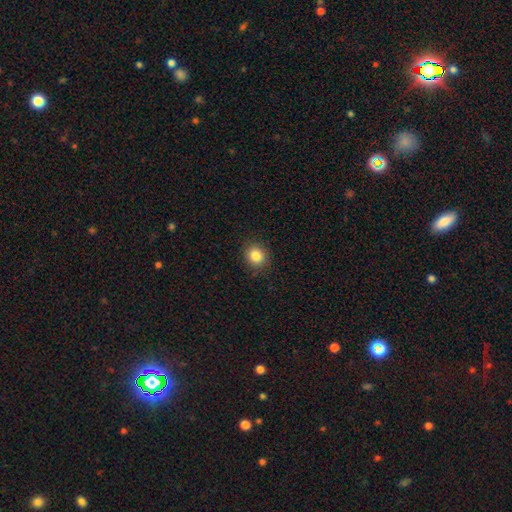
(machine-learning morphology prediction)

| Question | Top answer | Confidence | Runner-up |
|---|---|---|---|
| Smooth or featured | smooth | 84% | star or artifact (10%) |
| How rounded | round | 82% | in between (17%) |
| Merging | none | 89% | minor disturbance (8%) |